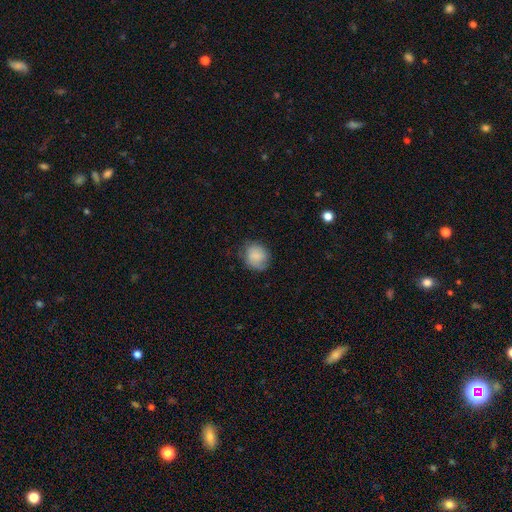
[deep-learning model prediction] A smooth galaxy with no disk features (80%) that is round (73%). Merging: none (71%).